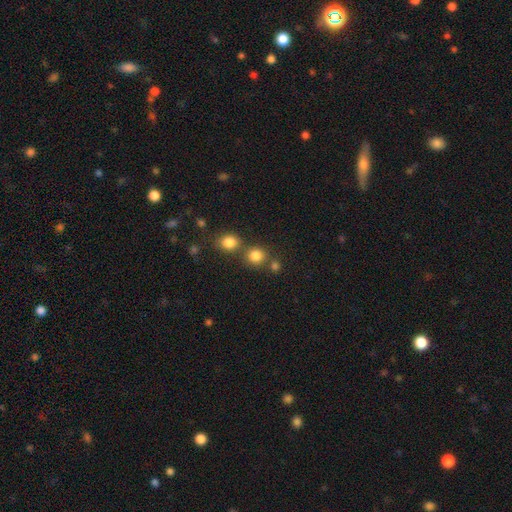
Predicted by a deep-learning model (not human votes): Smooth or featured? Predicted: smooth (p=0.82). How rounded? Predicted: round (p=0.87). Merging? Predicted: none (p=0.66).